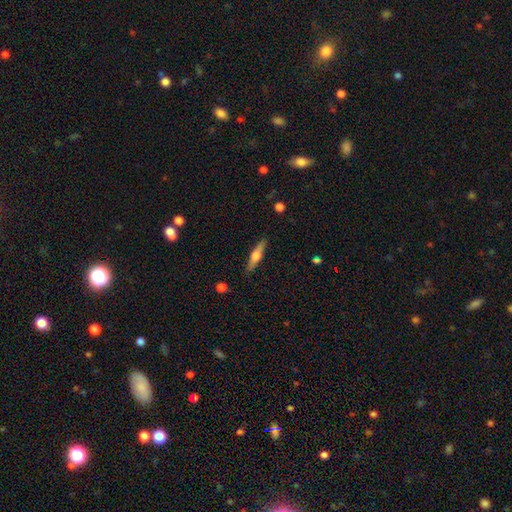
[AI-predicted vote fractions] featured or disk 53%, smooth 41%, star or artifact 6%. Down the decision tree: edge-on disk — yes (95%); edge-on bulge — rounded (87%); merging — none (88%).